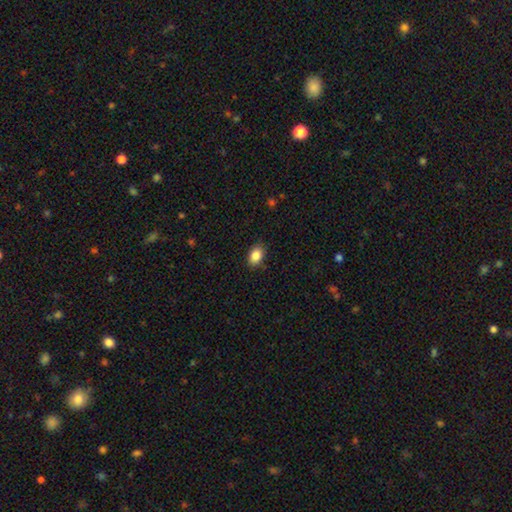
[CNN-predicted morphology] smooth-or-featured: smooth: 87% | star or artifact: 8% | featured or disk: 5%
  how-rounded: in between: 82% | round: 16% | cigar-shaped: 1%
  merging: none: 86% | minor disturbance: 10% | major disturbance: 2% | merger: 1%